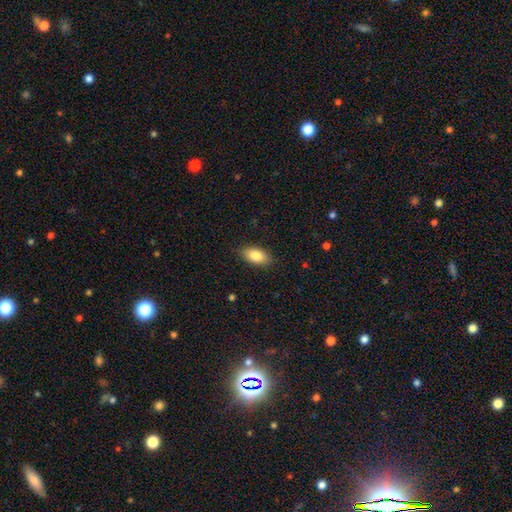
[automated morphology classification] This is clearly a smooth galaxy (85%). How rounded: clearly in between (91%). Merging: clearly none (87%).